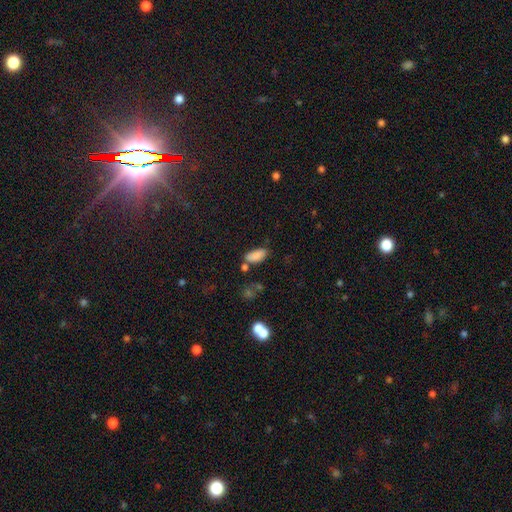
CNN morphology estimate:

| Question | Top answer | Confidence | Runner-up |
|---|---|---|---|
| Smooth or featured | smooth | 84% | star or artifact (10%) |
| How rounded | in between | 88% | cigar-shaped (10%) |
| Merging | none | 63% | minor disturbance (19%) |